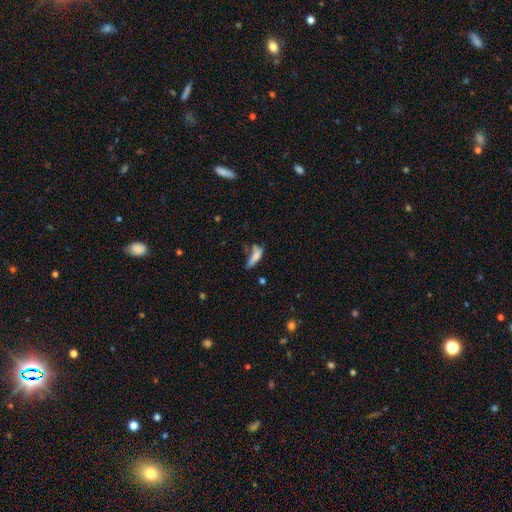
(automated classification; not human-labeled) Smooth or featured?
  - smooth: 73% *
  - featured or disk: 17%
  - star or artifact: 10%
How rounded?
  - cigar-shaped: 53% *
  - in between: 45%
  - round: 3%
Merging?
  - none: 35% *
  - minor disturbance: 26%
  - major disturbance: 21%
  - merger: 18%